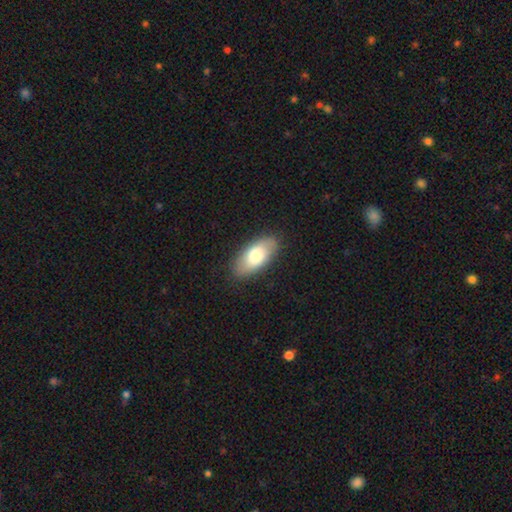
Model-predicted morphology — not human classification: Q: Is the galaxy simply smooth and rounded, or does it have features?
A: smooth — 77%.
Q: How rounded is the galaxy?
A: in between — 90%.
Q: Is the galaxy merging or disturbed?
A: none — 85%.